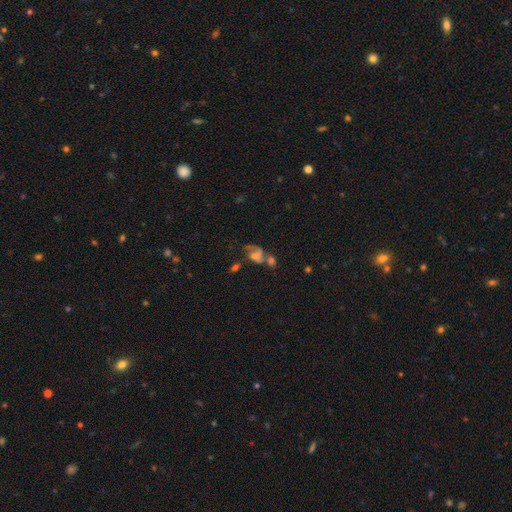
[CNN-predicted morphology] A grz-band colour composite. It shows a featured or disk galaxy (61%) with no bar (65%), spiral arms (80%) and a moderate central bulge (41%). Merging: merger (43%).